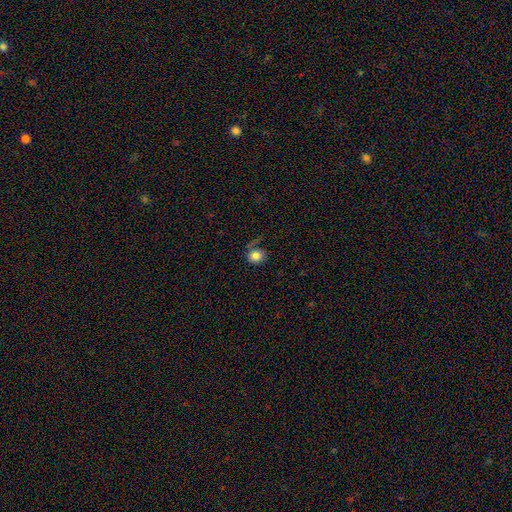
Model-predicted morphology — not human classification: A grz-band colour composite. It shows a smooth galaxy with no disk features (80%) that is round (78%). Merging: none (64%).